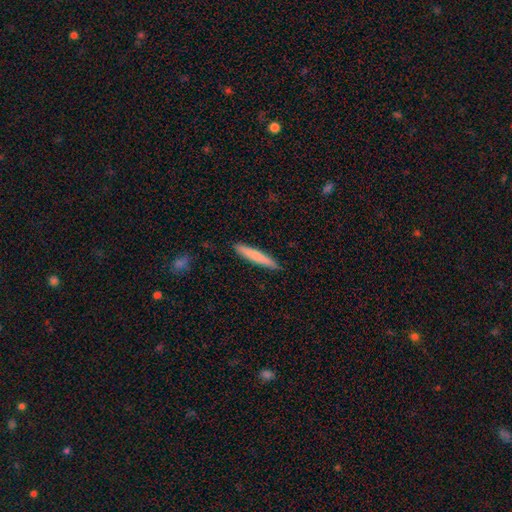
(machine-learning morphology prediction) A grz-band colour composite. It shows a smooth galaxy with no disk features (77%) that is cigar-shaped (95%). Merging: none (90%).